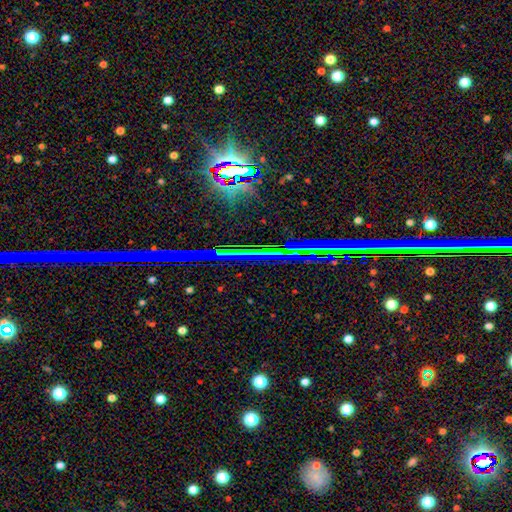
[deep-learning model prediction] Smooth or featured?
  - star or artifact: 81% *
  - featured or disk: 10%
  - smooth: 9%